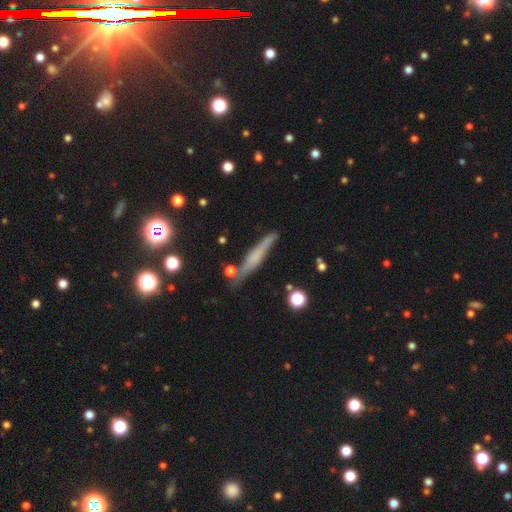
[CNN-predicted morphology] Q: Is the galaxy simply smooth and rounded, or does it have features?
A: featured or disk — 46%.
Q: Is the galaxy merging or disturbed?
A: none — 74%.